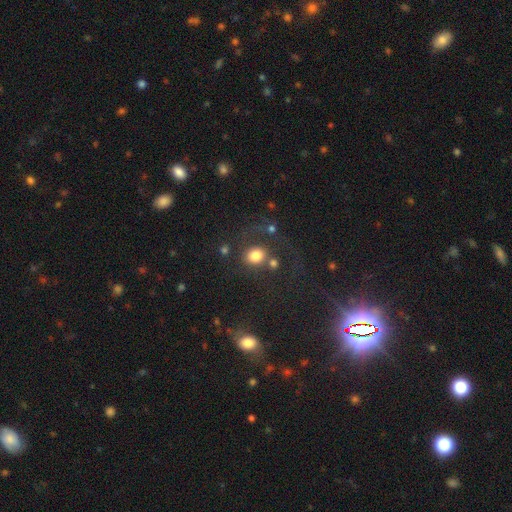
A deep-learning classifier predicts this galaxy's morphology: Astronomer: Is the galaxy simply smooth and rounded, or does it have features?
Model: smooth — 77%.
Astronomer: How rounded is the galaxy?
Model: round — 67%.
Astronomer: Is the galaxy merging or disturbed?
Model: none — 55%.